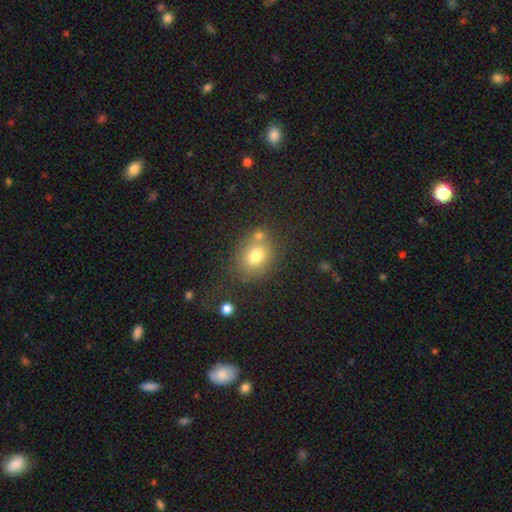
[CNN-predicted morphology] Smooth or featured?
  - smooth: 75% *
  - featured or disk: 13%
  - star or artifact: 12%
How rounded?
  - round: 58% *
  - in between: 41%
  - cigar-shaped: 1%
Merging?
  - none: 62% *
  - merger: 18%
  - minor disturbance: 14%
  - major disturbance: 6%